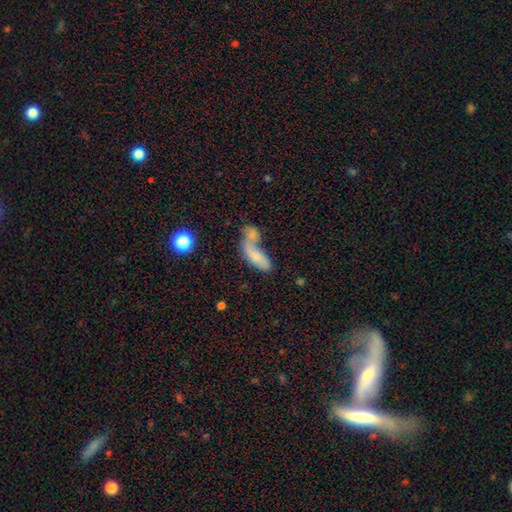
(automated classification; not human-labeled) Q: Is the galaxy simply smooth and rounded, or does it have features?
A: smooth — 67%.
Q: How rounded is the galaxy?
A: in between — 68%.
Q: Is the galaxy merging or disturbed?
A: merger — 61%.